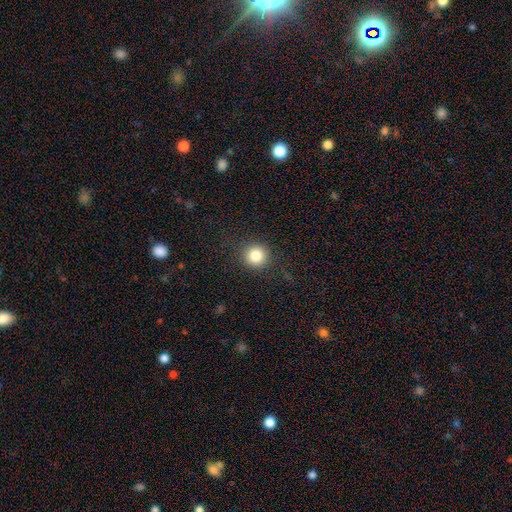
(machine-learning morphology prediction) A smooth galaxy with no disk features (84%) that is round (93%). Merging: none (90%).